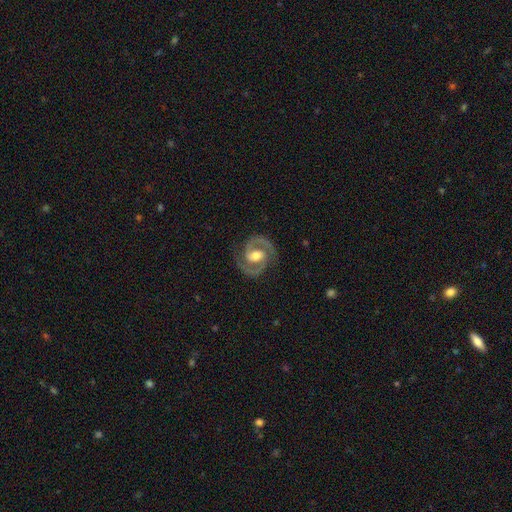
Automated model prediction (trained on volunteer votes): smooth-or-featured: featured or disk: 93% | smooth: 4% | star or artifact: 4%
  disk-edge-on: no: 98% | yes: 2%
    bar: weak: 44% | no: 31% | strong: 25%
    has-spiral-arms: yes: 98% | no: 2%
      spiral-winding: medium: 54% | tight: 40% | loose: 6%
      spiral-arm-count: 2: 94% | can't tell: 2% | 1: 1% | 3: 1% | 4: 1% | more than 4: 1%
    bulge-size: moderate: 72% | small: 14% | large: 11% | none: 2% | dominant: 1%
  merging: none: 85% | minor disturbance: 10% | major disturbance: 3% | merger: 1%